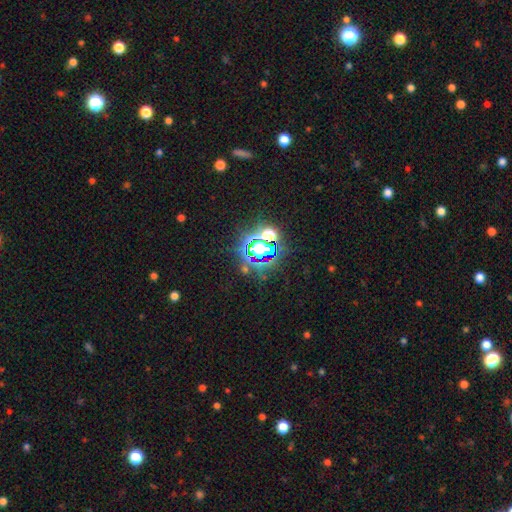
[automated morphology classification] type=star or artifact (78%).